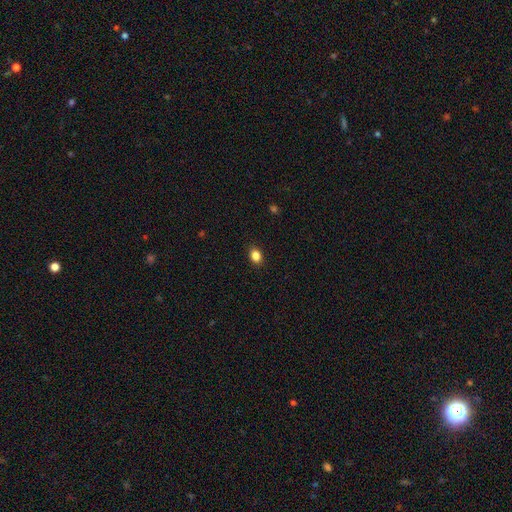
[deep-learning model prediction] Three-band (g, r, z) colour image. It shows a smooth galaxy with no disk features (85%) that is in between round and cigar-shaped (63%). Merging: none (89%).